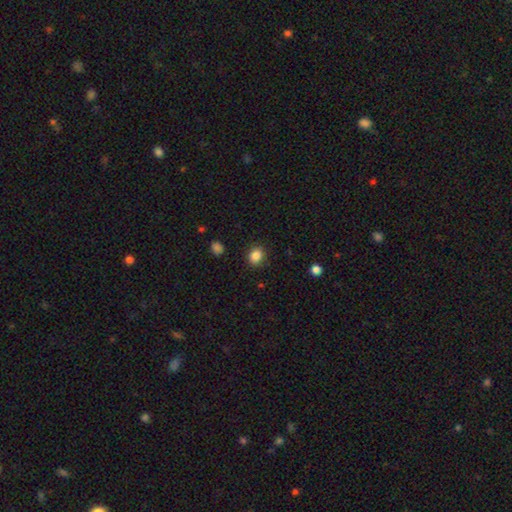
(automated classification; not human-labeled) Overall: smooth (86%). How rounded: round (64%; in between 35%). Merging: none (88%).